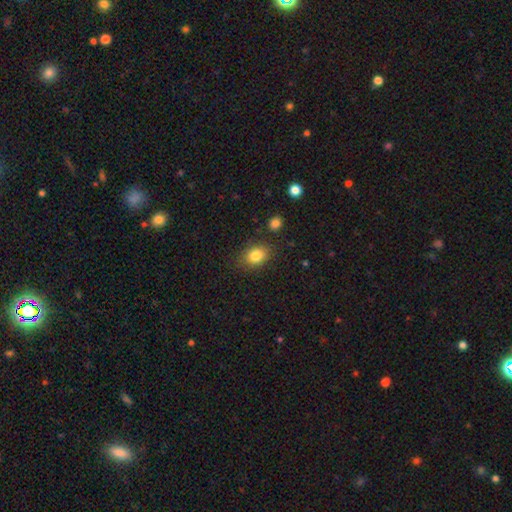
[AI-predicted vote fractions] Smooth or featured? Predicted: smooth (p=0.83). How rounded? Predicted: in between (p=0.65). Merging? Predicted: none (p=0.81).